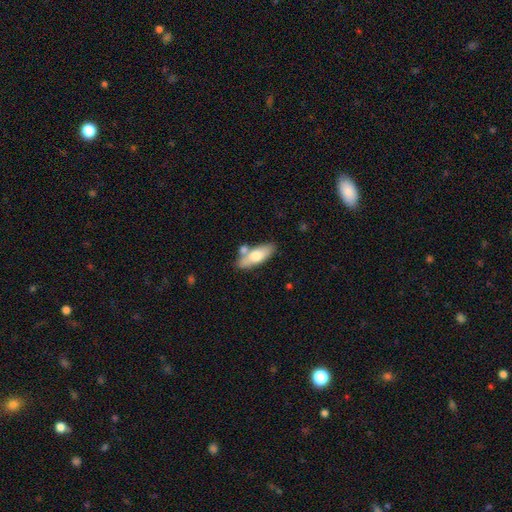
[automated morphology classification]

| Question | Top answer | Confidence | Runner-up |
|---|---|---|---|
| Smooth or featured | smooth | 68% | featured or disk (27%) |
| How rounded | in between | 69% | cigar-shaped (29%) |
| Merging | none | 62% | merger (18%) |